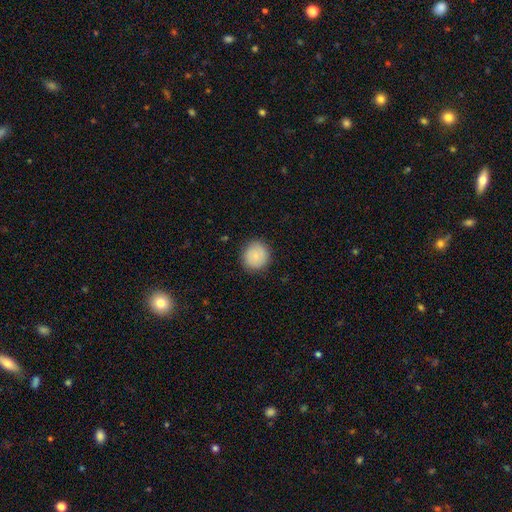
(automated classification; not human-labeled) Smooth or featured? smooth (87%)
How rounded? round (92%)
Merging? none (90%)